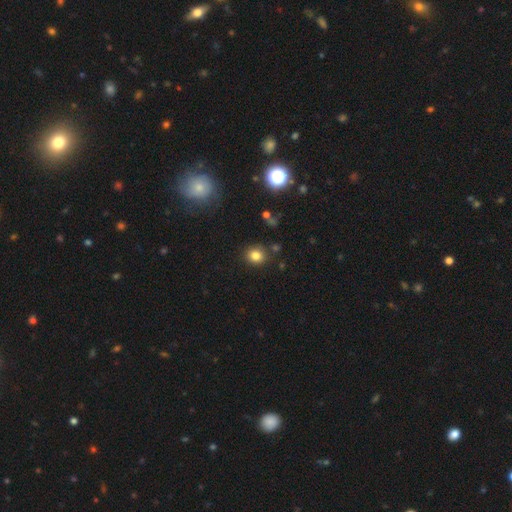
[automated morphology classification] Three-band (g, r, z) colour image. It shows a smooth galaxy with no disk features (81%) that is round (77%). Merging: none (84%).